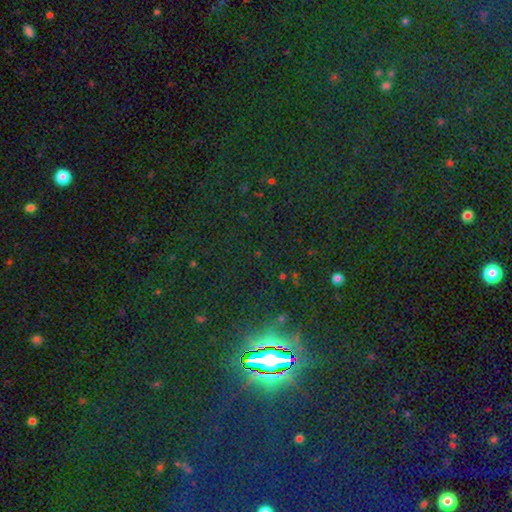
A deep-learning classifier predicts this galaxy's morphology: This is clearly a star or artifact rather than a galaxy (84%).